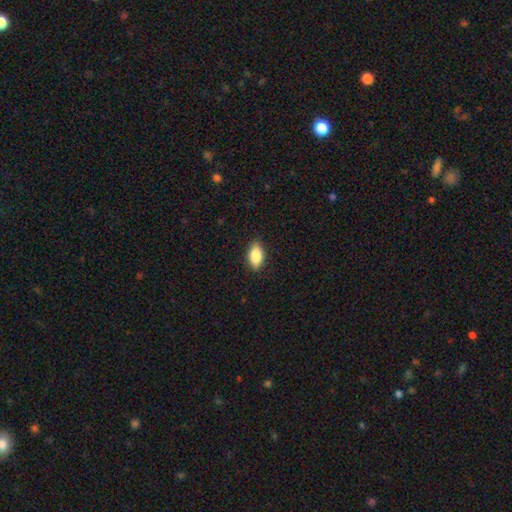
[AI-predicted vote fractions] Smooth or featured?
  - smooth: 86% *
  - featured or disk: 7%
  - star or artifact: 7%
How rounded?
  - in between: 91% *
  - cigar-shaped: 5%
  - round: 4%
Merging?
  - none: 86% *
  - minor disturbance: 10%
  - major disturbance: 2%
  - merger: 1%